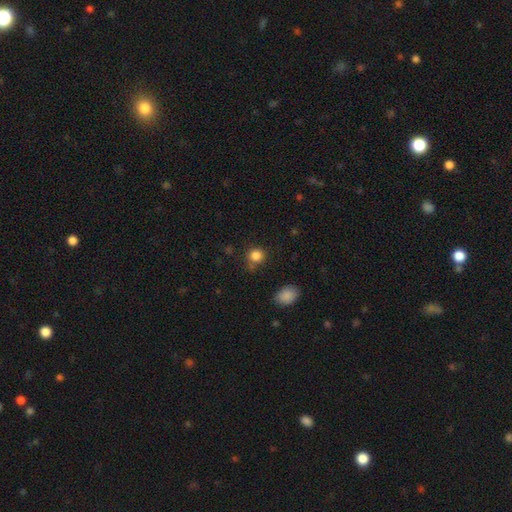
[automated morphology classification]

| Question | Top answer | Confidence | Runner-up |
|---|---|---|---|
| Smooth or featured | smooth | 84% | star or artifact (12%) |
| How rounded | round | 86% | in between (13%) |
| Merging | none | 74% | minor disturbance (15%) |